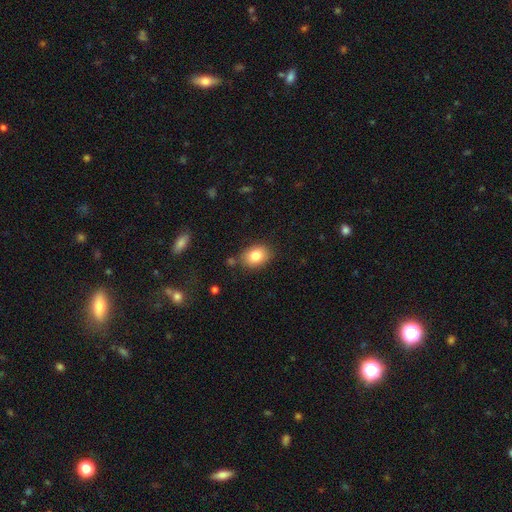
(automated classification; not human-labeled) Smooth or featured: smooth — 83% (featured or disk — 9%)
How rounded: in between — 70% (round — 29%)
Merging: none — 81% (minor disturbance — 13%)